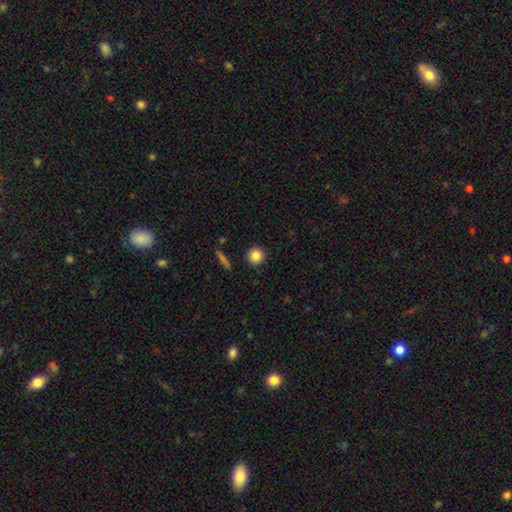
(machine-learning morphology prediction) smooth 85%, star or artifact 10%, featured or disk 5%. Down the decision tree: how rounded — round (94%); merging — none (91%).